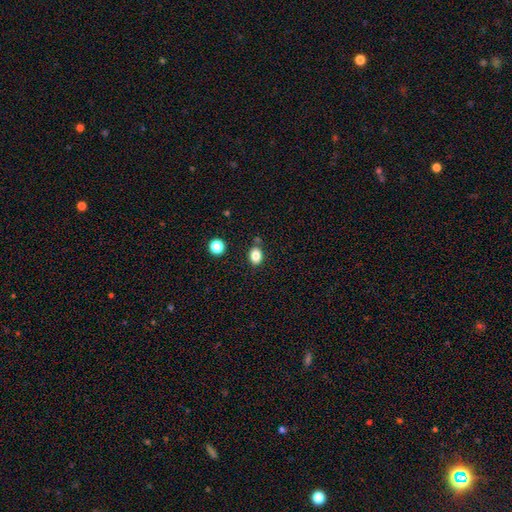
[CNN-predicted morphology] Overall: smooth (84%). How rounded: in between (68%; round 31%). Merging: none (79%).